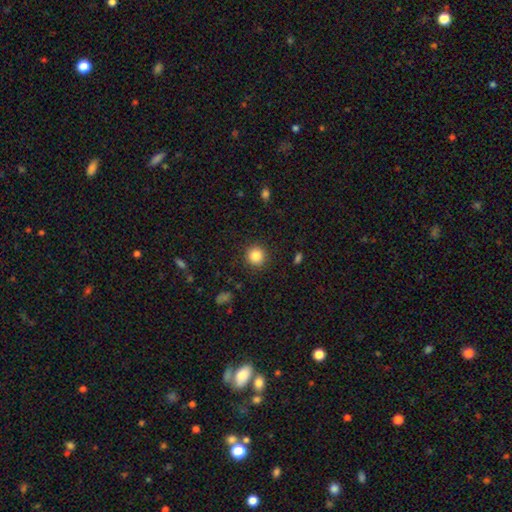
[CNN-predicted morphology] This appears to be a smooth galaxy with no disk features (85%) that is round (94%). Merging: none (91%).